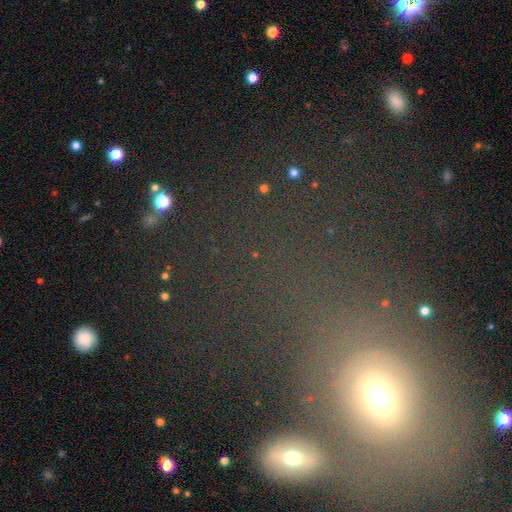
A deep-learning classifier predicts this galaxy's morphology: smooth 42%, star or artifact 38%, featured or disk 20%. Down the decision tree: merging — none (52%).